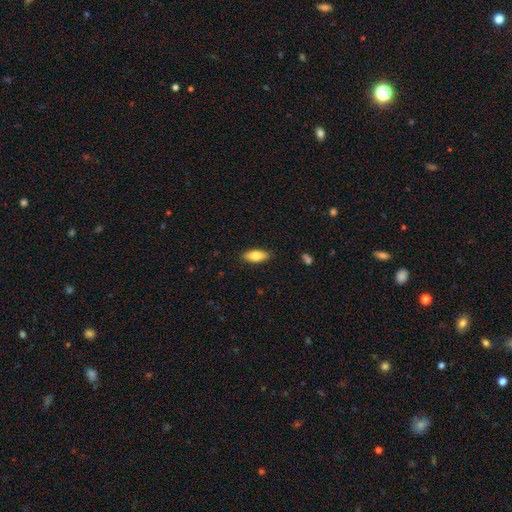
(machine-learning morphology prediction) A smooth galaxy with no disk features (79%) that is in between round and cigar-shaped (83%). Merging: none (87%).